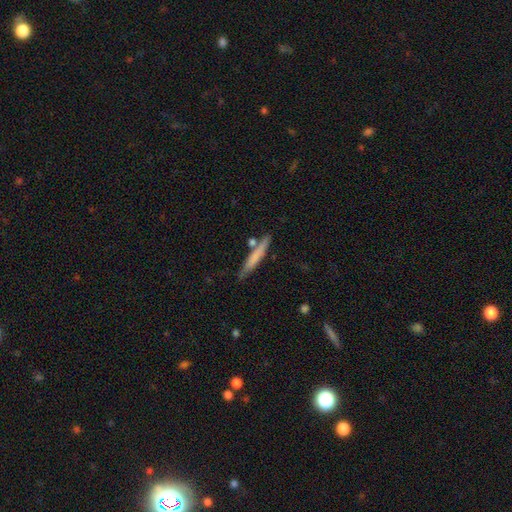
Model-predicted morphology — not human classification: Smooth or featured? Predicted: smooth (p=0.66). How rounded? Predicted: cigar-shaped (p=0.94). Merging? Predicted: none (p=0.76).